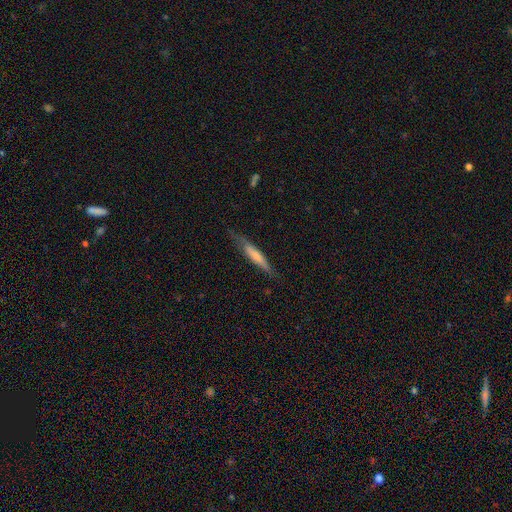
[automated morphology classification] smooth-or-featured: smooth: 59% | featured or disk: 35% | star or artifact: 6%
  how-rounded: cigar-shaped: 90% | in between: 9% | round: 1%
  merging: none: 70% | minor disturbance: 23% | major disturbance: 6% | merger: 2%